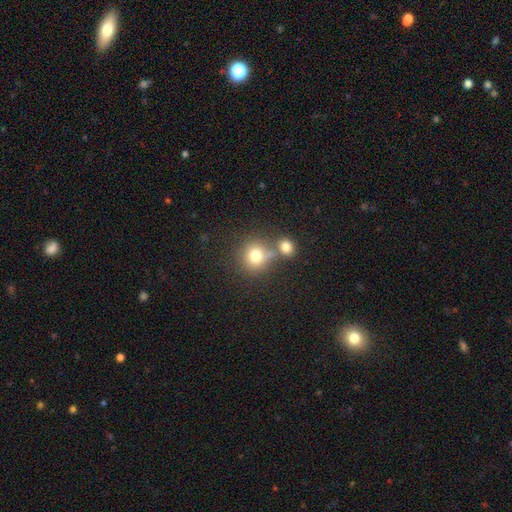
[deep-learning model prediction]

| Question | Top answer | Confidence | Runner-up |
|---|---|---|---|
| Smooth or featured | smooth | 76% | star or artifact (13%) |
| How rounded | round | 87% | in between (12%) |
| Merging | none | 51% | merger (35%) |